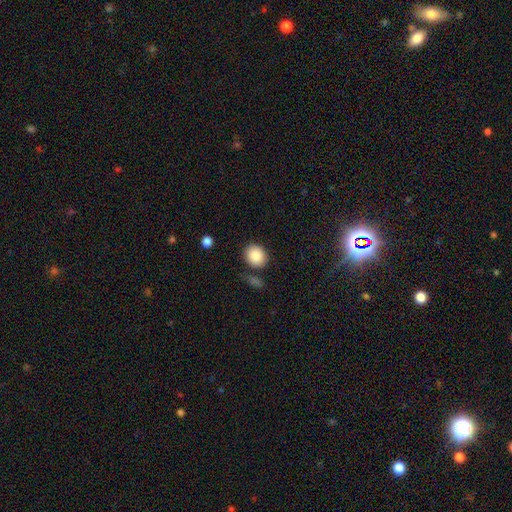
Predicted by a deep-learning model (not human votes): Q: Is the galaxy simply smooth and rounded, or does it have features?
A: smooth — 88%.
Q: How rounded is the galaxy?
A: round — 68%.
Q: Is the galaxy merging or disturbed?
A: none — 78%.